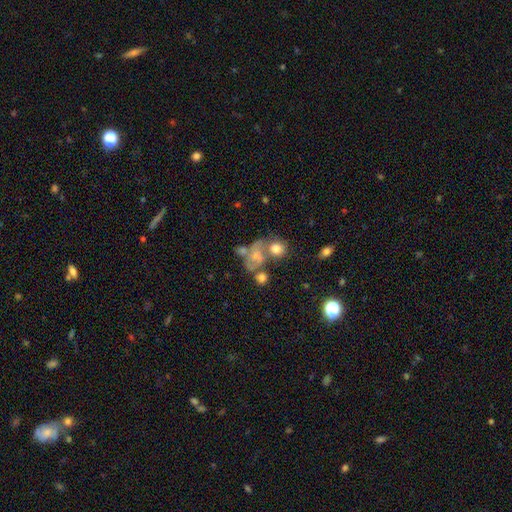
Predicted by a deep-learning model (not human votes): Smooth or featured? smooth (47%)
Merging? merger (40%)